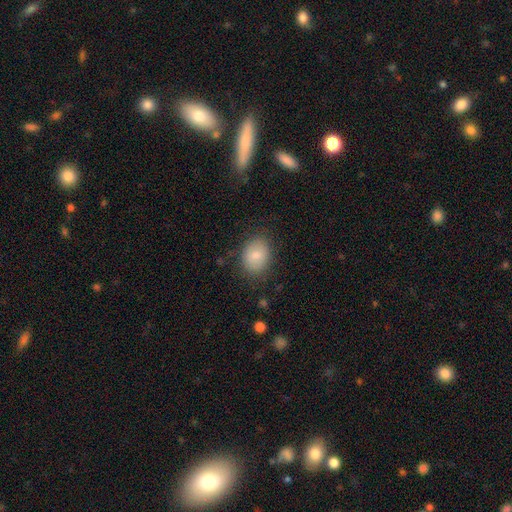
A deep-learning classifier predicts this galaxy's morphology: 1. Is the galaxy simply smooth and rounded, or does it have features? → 81% smooth, 12% featured or disk, 8% star or artifact.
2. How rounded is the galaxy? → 60% in between, 39% round, 1% cigar-shaped.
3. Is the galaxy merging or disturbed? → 81% none, 14% minor disturbance, 4% major disturbance, 1% merger.